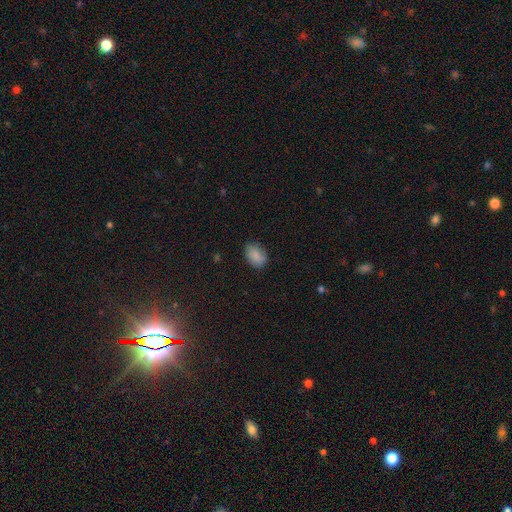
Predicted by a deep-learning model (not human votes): Smooth or featured? smooth (85%)
How rounded? in between (82%)
Merging? none (75%)